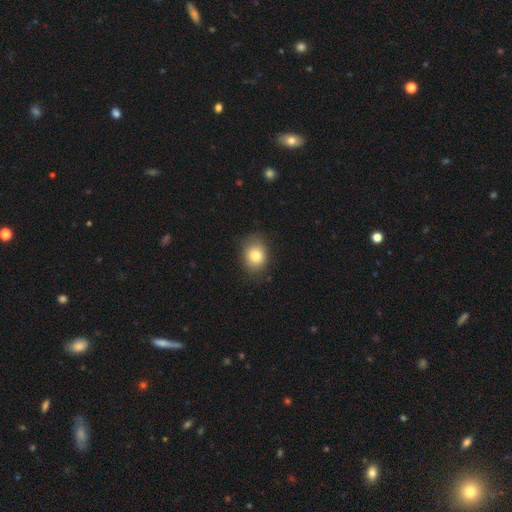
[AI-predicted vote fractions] Smooth or featured? Predicted: smooth (p=0.79). How rounded? Predicted: in between (p=0.51). Merging? Predicted: none (p=0.81).